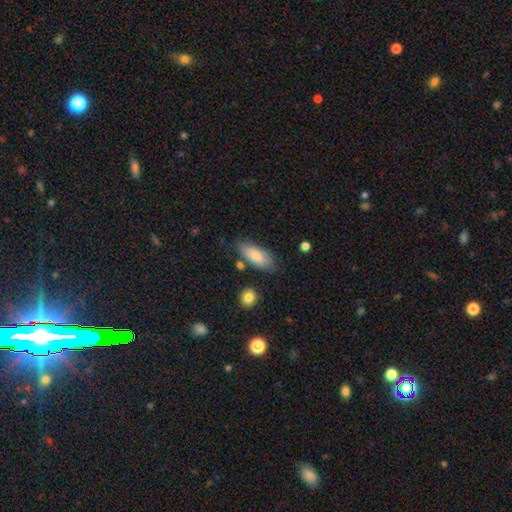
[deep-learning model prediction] smooth-or-featured: smooth: 81% | featured or disk: 13% | star or artifact: 6%
  how-rounded: in between: 83% | cigar-shaped: 14% | round: 2%
  merging: none: 73% | minor disturbance: 18% | merger: 5% | major disturbance: 4%